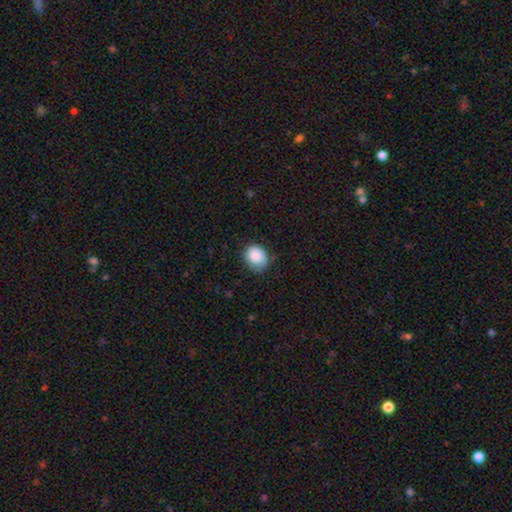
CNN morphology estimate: Q: Smooth or featured?
A: smooth (86%); runner-up: star or artifact (7%)
Q: How rounded?
A: round (51%); runner-up: in between (48%)
Q: Merging?
A: none (70%); runner-up: minor disturbance (24%)